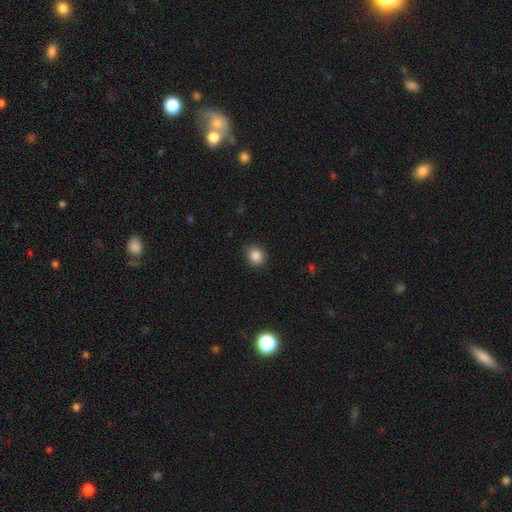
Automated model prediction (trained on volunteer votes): Smooth or featured? Predicted: smooth (p=0.86). How rounded? Predicted: round (p=0.68). Merging? Predicted: none (p=0.86).